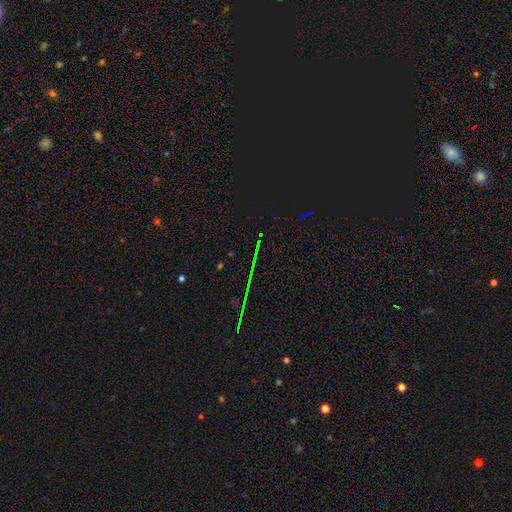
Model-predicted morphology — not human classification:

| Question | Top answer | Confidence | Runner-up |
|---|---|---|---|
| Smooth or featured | star or artifact | 83% | smooth (9%) |